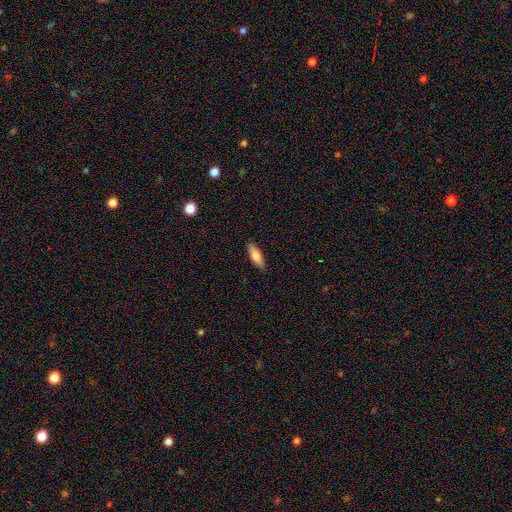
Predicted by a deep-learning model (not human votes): Smooth or featured?
  - smooth: 76% *
  - featured or disk: 18%
  - star or artifact: 6%
How rounded?
  - in between: 57% *
  - cigar-shaped: 41%
  - round: 2%
Merging?
  - none: 87% *
  - minor disturbance: 10%
  - major disturbance: 2%
  - merger: 1%